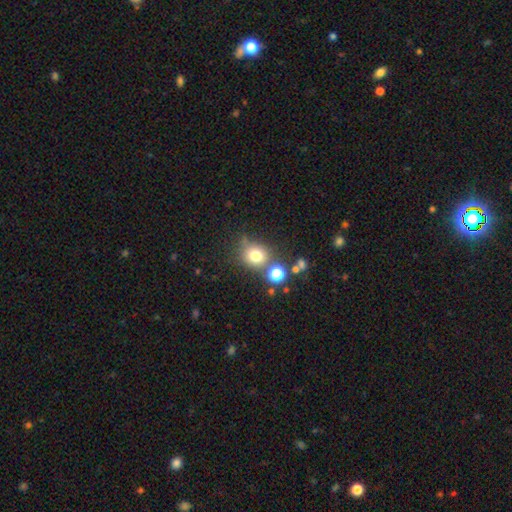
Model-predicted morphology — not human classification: smooth-or-featured: smooth: 75% | star or artifact: 15% | featured or disk: 10%
  how-rounded: round: 80% | in between: 19% | cigar-shaped: 1%
  merging: none: 64% | merger: 17% | minor disturbance: 14% | major disturbance: 6%